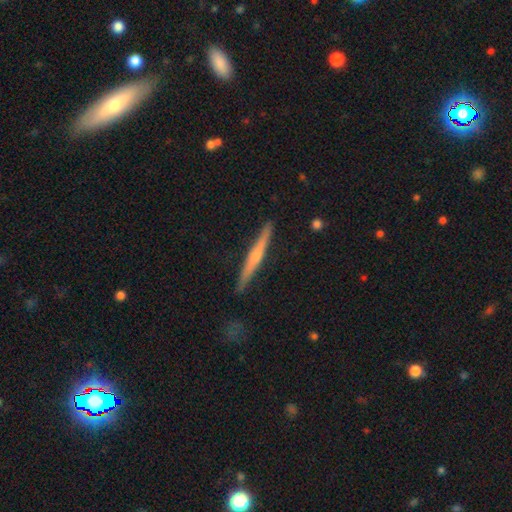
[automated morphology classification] Overall: featured or disk (63%; smooth 31%). Edge-on disk: yes (98%). Edge-on bulge: rounded (67%). Merging: none (90%).